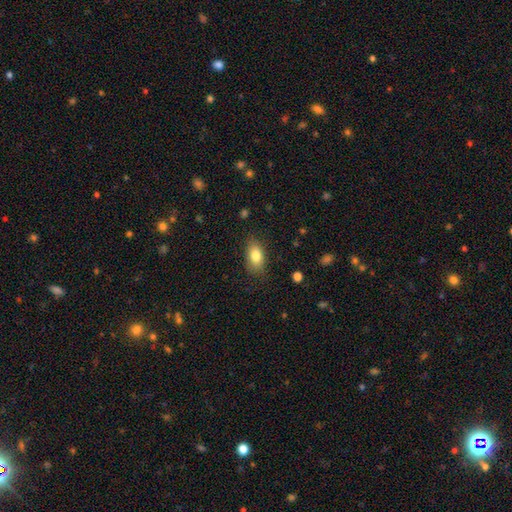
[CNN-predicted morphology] Smooth or featured? smooth (82%)
How rounded? in between (88%)
Merging? none (81%)